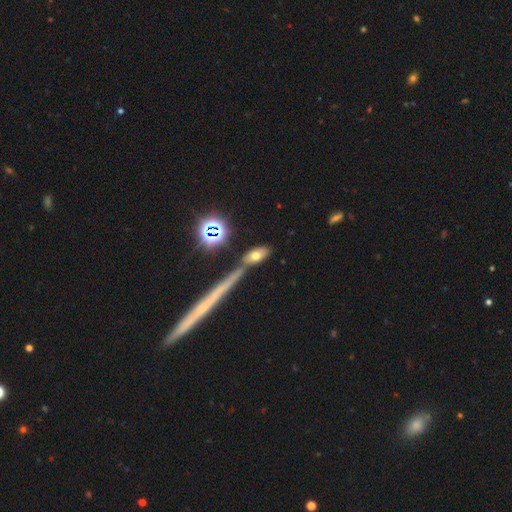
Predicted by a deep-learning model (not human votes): A smooth galaxy with no disk features (67%) that is in between round and cigar-shaped (81%).

Vote fractions:
- Smooth or featured? smooth: 67% / featured or disk: 18% / star or artifact: 15%
- How rounded? in between: 81% / cigar-shaped: 13% / round: 7%
- Merging? none: 69% / merger: 15% / minor disturbance: 12% / major disturbance: 4%